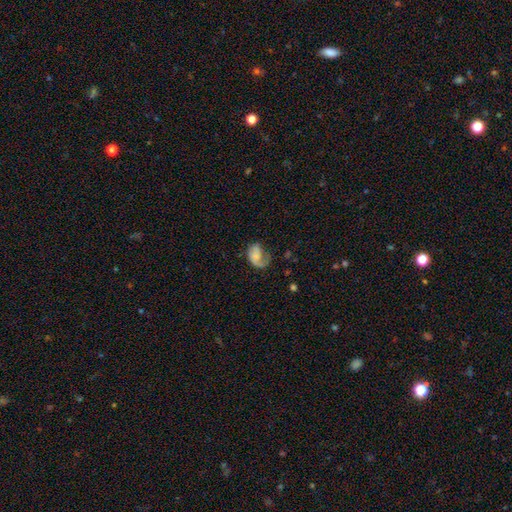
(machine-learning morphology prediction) Smooth or featured? smooth (46%)
Merging? major disturbance (40%)